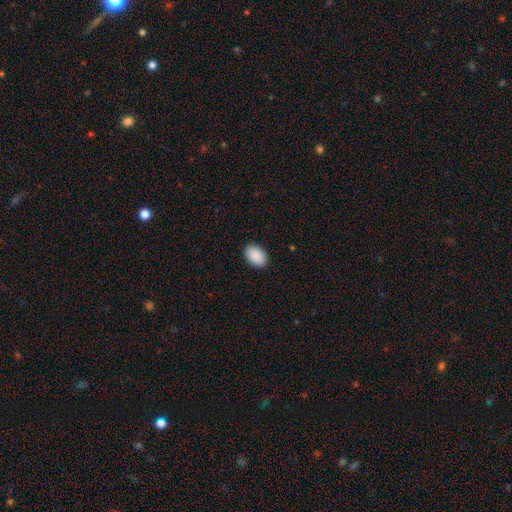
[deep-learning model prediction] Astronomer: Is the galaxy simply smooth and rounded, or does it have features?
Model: smooth — 91%.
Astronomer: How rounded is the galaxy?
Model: in between — 89%.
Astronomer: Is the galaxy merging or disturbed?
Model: none — 91%.